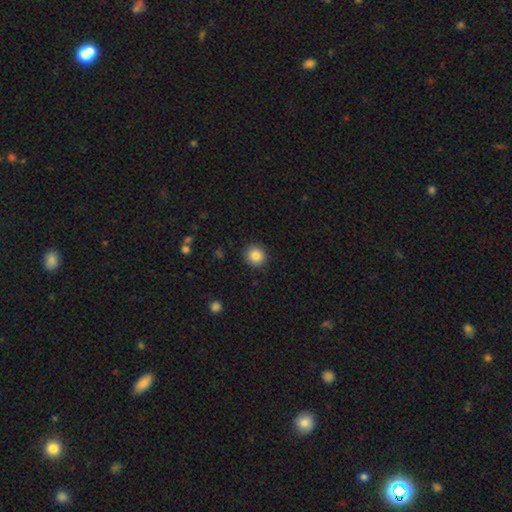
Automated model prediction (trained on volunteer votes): Smooth or featured: smooth — 85% (star or artifact — 10%)
How rounded: round — 93% (in between — 6%)
Merging: none — 91% (minor disturbance — 6%)